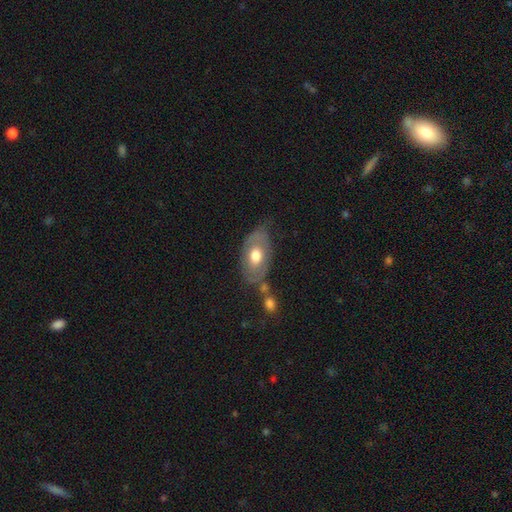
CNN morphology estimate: Smooth or featured?
  - smooth: 51% *
  - featured or disk: 43%
  - star or artifact: 6%
How rounded?
  - in between: 88% *
  - round: 9%
  - cigar-shaped: 3%
Merging?
  - none: 53% *
  - minor disturbance: 26%
  - major disturbance: 11%
  - merger: 10%